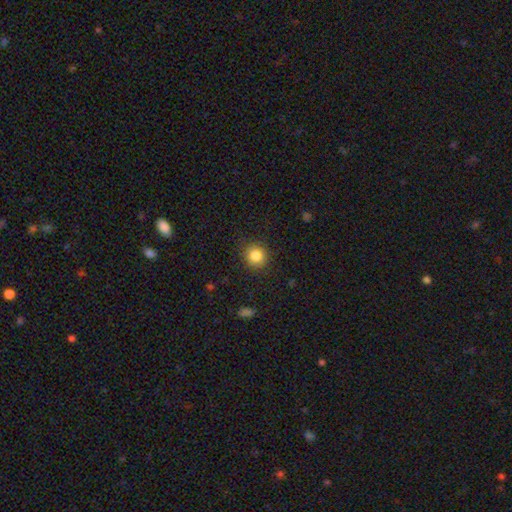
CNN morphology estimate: This is clearly a smooth galaxy (83%). How rounded: clearly round (89%). Merging: clearly none (89%).